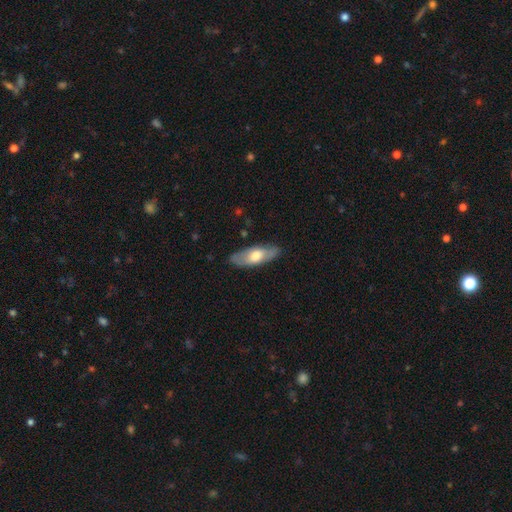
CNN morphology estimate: type=smooth (55%); roundness=in between (71%); merging=none (81%).